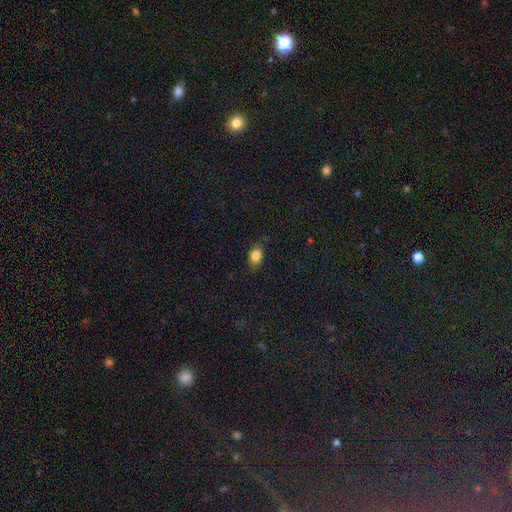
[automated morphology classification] A smooth galaxy with no disk features (83%) that is in between round and cigar-shaped (70%). Merging: none (81%).